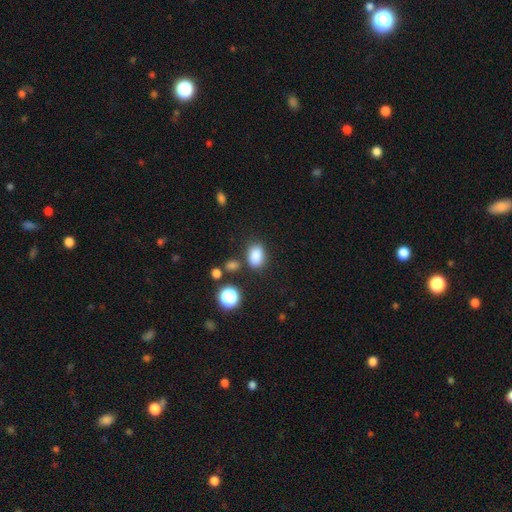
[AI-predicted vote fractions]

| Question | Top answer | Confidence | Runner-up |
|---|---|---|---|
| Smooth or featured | smooth | 84% | star or artifact (11%) |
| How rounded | in between | 76% | round (23%) |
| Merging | none | 77% | minor disturbance (13%) |